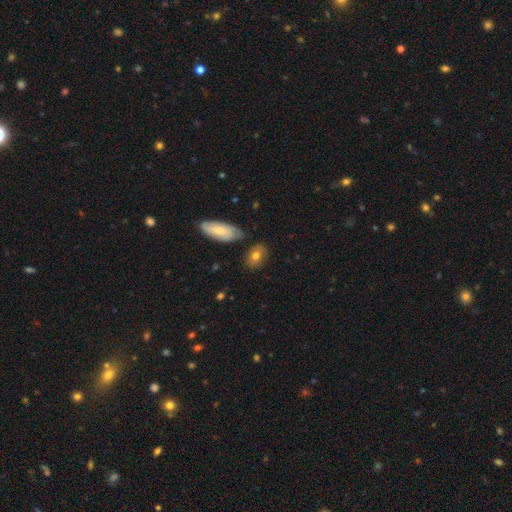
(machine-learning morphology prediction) Smooth or featured? smooth (73%)
How rounded? in between (78%)
Merging? none (71%)